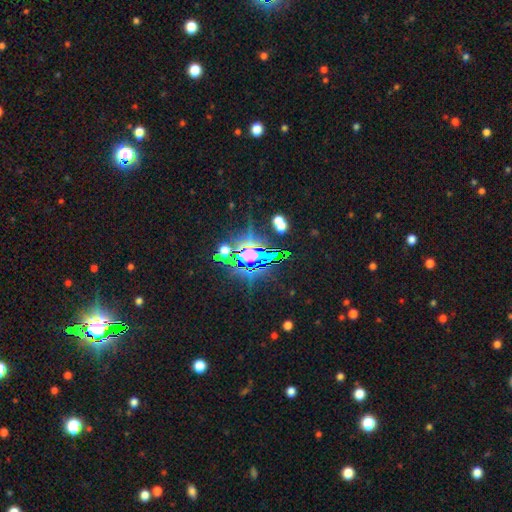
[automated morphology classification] Overall: star or artifact (78%).